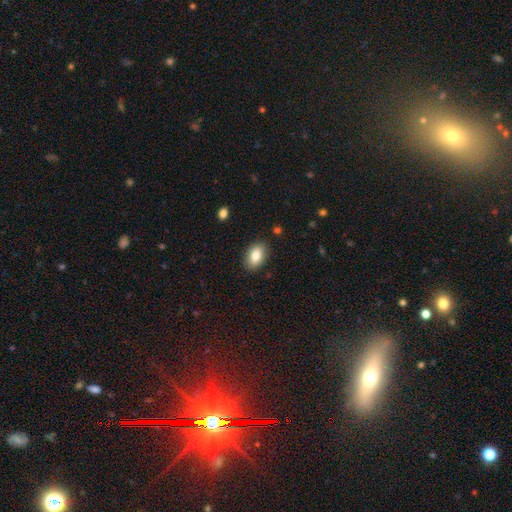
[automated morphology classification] smooth 80%, featured or disk 12%, star or artifact 8%. Down the decision tree: how rounded — in between (87%); merging — none (88%).